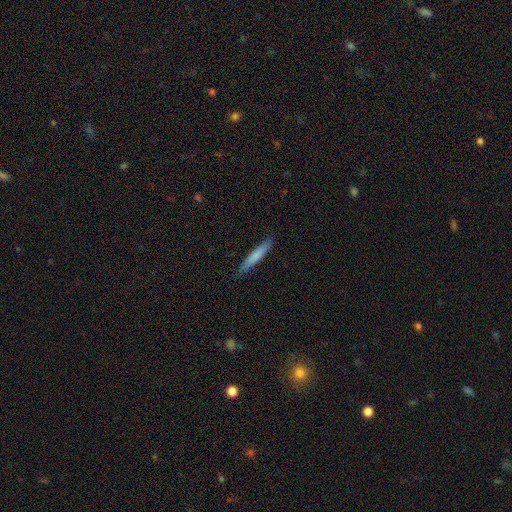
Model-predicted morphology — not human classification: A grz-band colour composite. It shows a smooth galaxy with no disk features (75%) that is cigar-shaped (93%). Merging: none (85%).